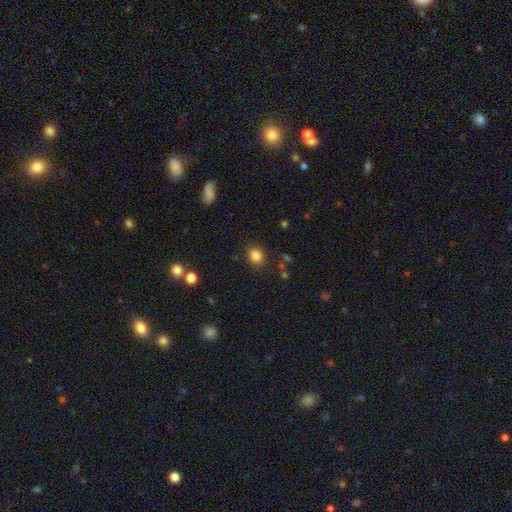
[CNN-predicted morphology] Smooth or featured: smooth — 84% (star or artifact — 11%)
How rounded: round — 60% (in between — 39%)
Merging: none — 85% (minor disturbance — 9%)